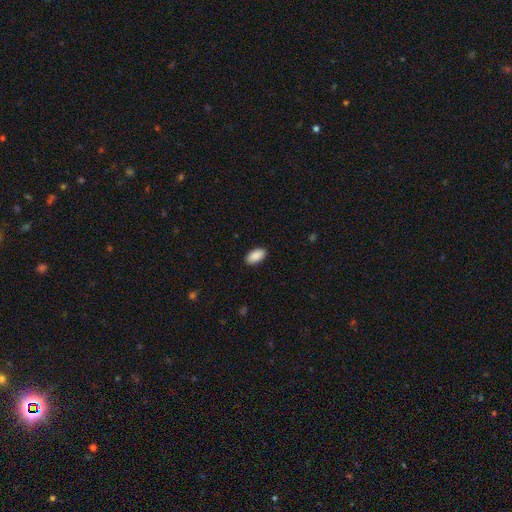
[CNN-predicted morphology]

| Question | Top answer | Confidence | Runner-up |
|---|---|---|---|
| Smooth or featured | smooth | 91% | star or artifact (6%) |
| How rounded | in between | 95% | round (3%) |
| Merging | none | 90% | minor disturbance (7%) |